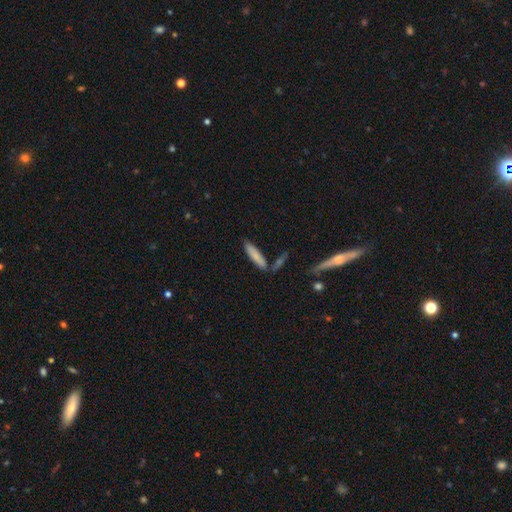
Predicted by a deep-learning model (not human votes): This appears to be a smooth galaxy with no disk features (80%) that is cigar-shaped (74%). Merging: none (72%).